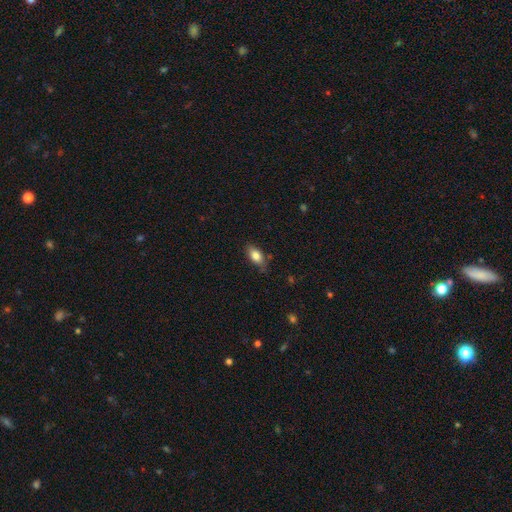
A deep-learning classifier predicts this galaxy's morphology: A smooth galaxy with no disk features (81%) that is in between round and cigar-shaped (87%). Merging: none (75%).